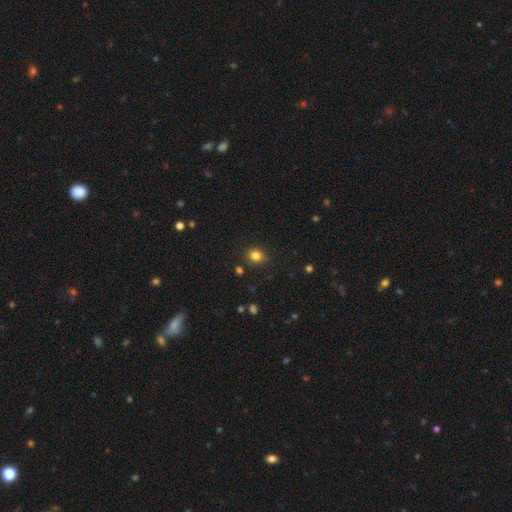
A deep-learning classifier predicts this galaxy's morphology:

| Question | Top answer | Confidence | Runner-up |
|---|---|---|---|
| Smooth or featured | smooth | 82% | star or artifact (13%) |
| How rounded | round | 70% | in between (29%) |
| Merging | none | 86% | minor disturbance (9%) |